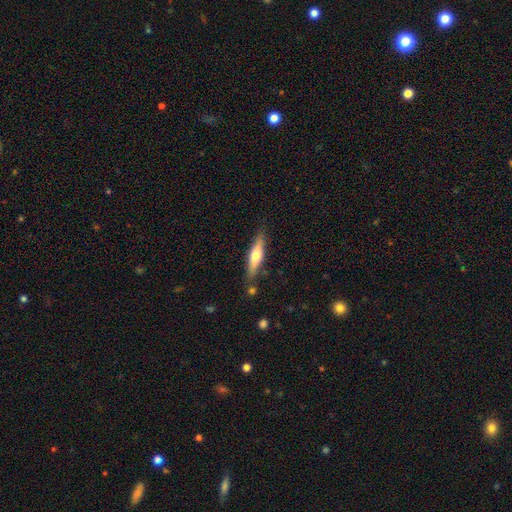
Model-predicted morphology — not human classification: A smooth galaxy with no disk features (48%).

Vote fractions:
- Smooth or featured? smooth: 48% / featured or disk: 46% / star or artifact: 6%
- Merging? none: 81% / minor disturbance: 13% / merger: 4% / major disturbance: 3%